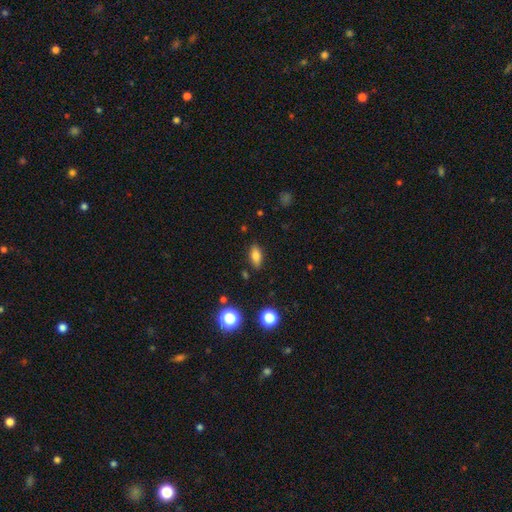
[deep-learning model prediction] smooth_or_featured: smooth (p=0.75) [alt: featured or disk p=0.14]
how_rounded: in between (p=0.81) [alt: cigar-shaped p=0.13]
merging: none (p=0.86) [alt: minor disturbance p=0.10]